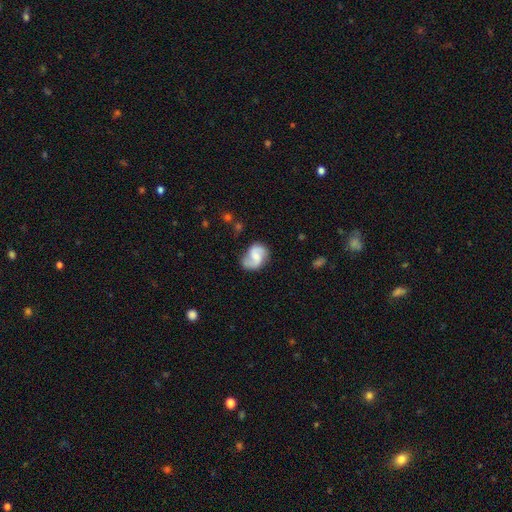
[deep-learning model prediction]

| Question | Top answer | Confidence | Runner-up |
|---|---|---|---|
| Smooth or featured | featured or disk | 73% | smooth (21%) |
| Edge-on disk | no | 98% | yes (2%) |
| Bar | weak | 47% | no (40%) |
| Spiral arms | yes | 95% | no (5%) |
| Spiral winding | medium | 44% | loose (41%) |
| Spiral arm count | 2 | 88% | 1 (4%) |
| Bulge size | small | 32% | moderate (31%) |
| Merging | none | 69% | minor disturbance (20%) |